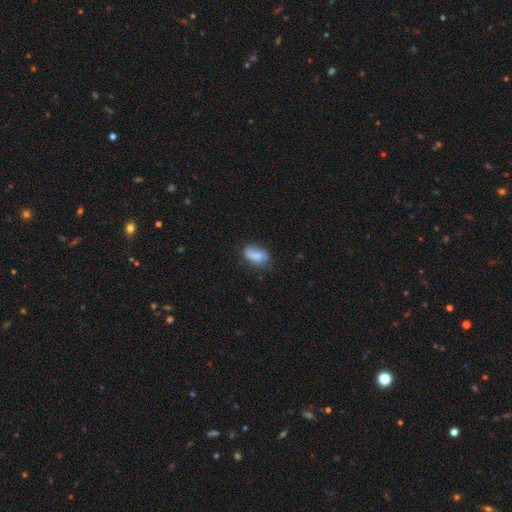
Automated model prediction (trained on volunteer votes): smooth_or_featured: smooth (p=0.72) [alt: featured or disk p=0.20]
how_rounded: in between (p=0.88) [alt: round p=0.07]
merging: none (p=0.54) [alt: minor disturbance p=0.31]